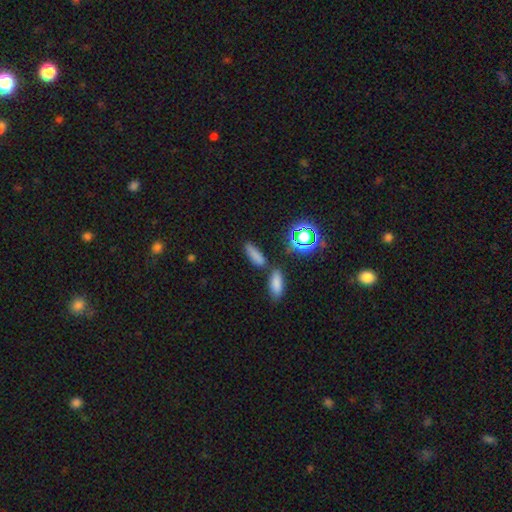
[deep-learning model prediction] This is likely a smooth galaxy (76%). How rounded: possibly in between (49%). Merging: likely none (69%).